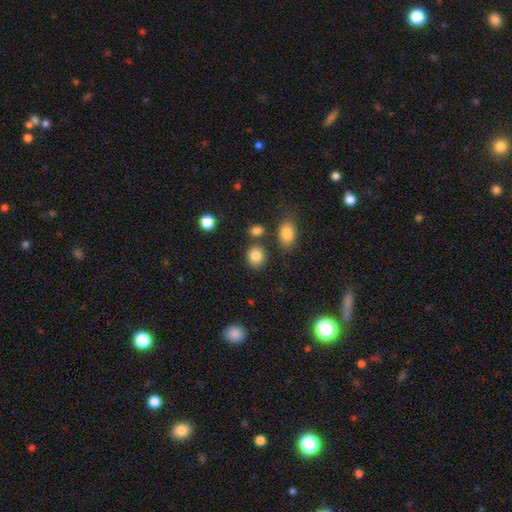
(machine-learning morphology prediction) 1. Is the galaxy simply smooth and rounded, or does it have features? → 85% smooth, 10% star or artifact, 6% featured or disk.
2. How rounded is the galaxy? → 73% round, 26% in between, 1% cigar-shaped.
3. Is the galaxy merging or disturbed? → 79% none, 10% minor disturbance, 8% merger, 3% major disturbance.